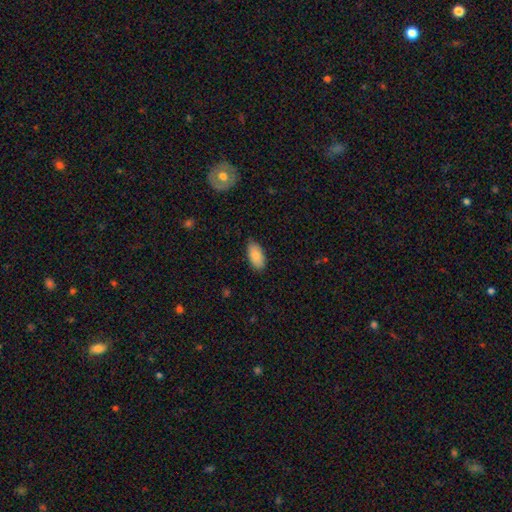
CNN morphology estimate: A smooth galaxy with no disk features (87%) that is in between round and cigar-shaped (93%).

Vote fractions:
- Smooth or featured? smooth: 87% / featured or disk: 7% / star or artifact: 6%
- How rounded? in between: 93% / cigar-shaped: 4% / round: 2%
- Merging? none: 84% / minor disturbance: 13% / major disturbance: 2% / merger: 1%